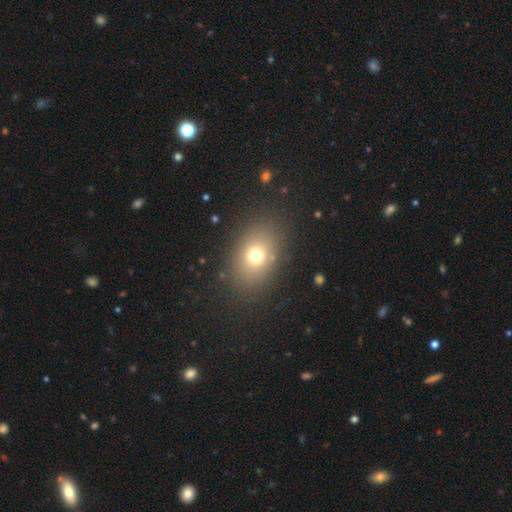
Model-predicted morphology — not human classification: Overall: smooth (72%). How rounded: in between (68%; round 31%). Merging: none (84%).